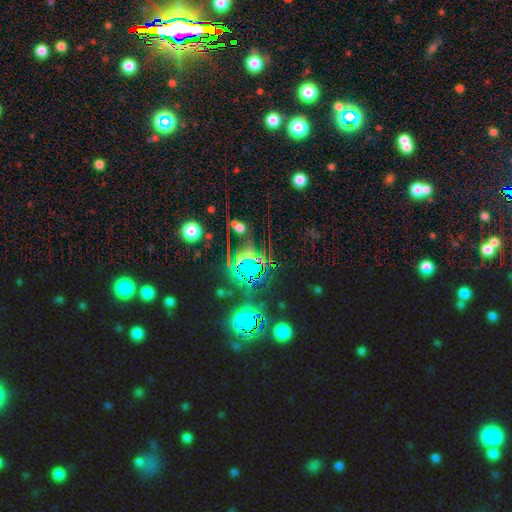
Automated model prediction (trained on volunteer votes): The model was most divided on "smooth or featured": star or artifact: 73%, smooth: 16%, featured or disk: 11%.